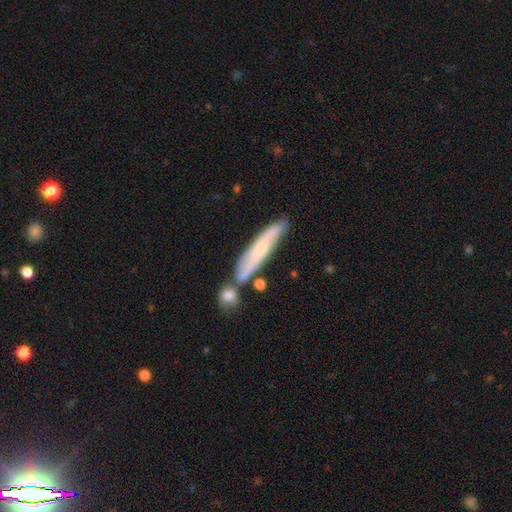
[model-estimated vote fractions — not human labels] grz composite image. It shows a featured or disk galaxy (46%, tied with smooth). Merging: none (62%).